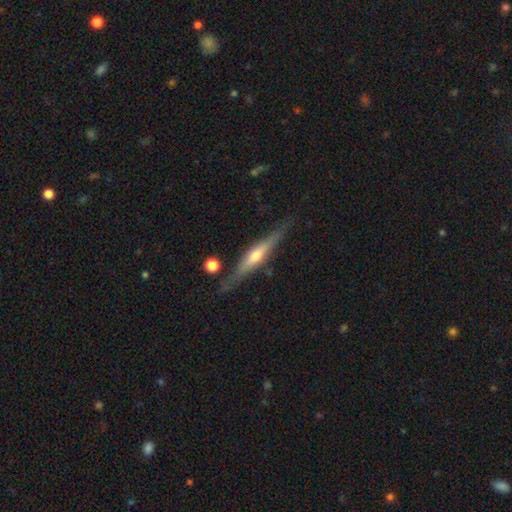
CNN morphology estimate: This appears to be a featured or disk galaxy (70%) viewed edge-on (96%) with a rounded central bulge (83%). Merging: none (81%).